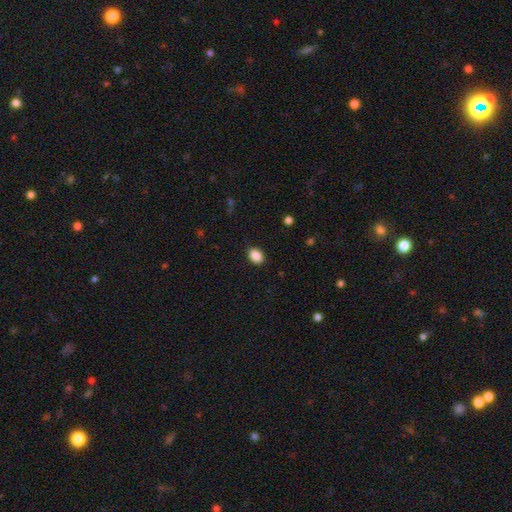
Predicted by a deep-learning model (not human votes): Overall: smooth (89%). How rounded: in between (76%). Merging: none (89%).